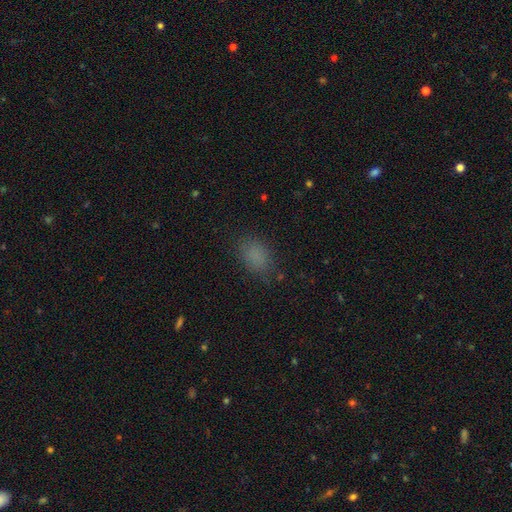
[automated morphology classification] smooth-or-featured: smooth: 81% | star or artifact: 14% | featured or disk: 5%
  how-rounded: in between: 79% | round: 19% | cigar-shaped: 2%
  merging: none: 79% | minor disturbance: 14% | major disturbance: 5% | merger: 1%